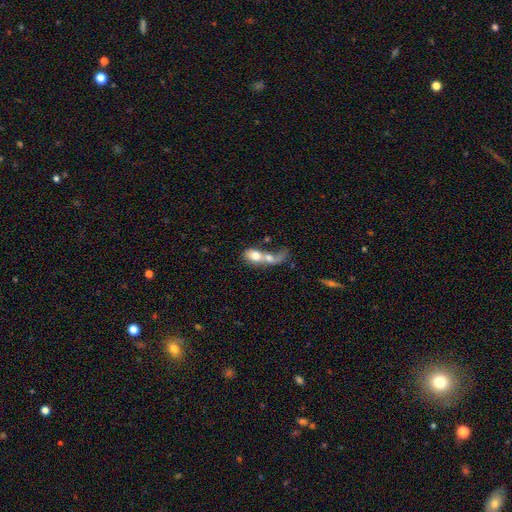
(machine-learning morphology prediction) type=smooth (65%); roundness=in between (69%); merging=merger (72%).